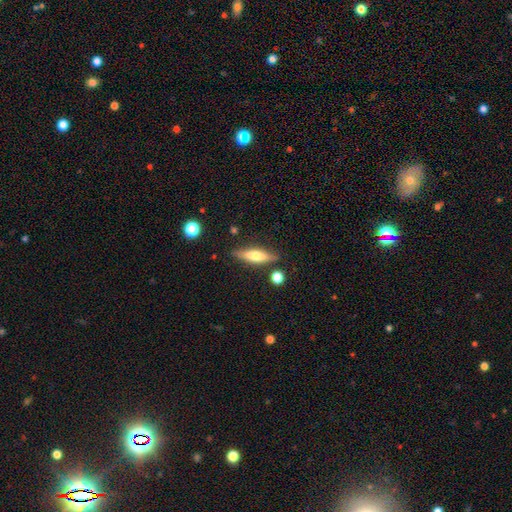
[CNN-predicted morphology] smooth-or-featured: smooth: 55% | featured or disk: 39% | star or artifact: 7%
  how-rounded: cigar-shaped: 67% | in between: 30% | round: 2%
  merging: none: 82% | minor disturbance: 12% | merger: 4% | major disturbance: 3%